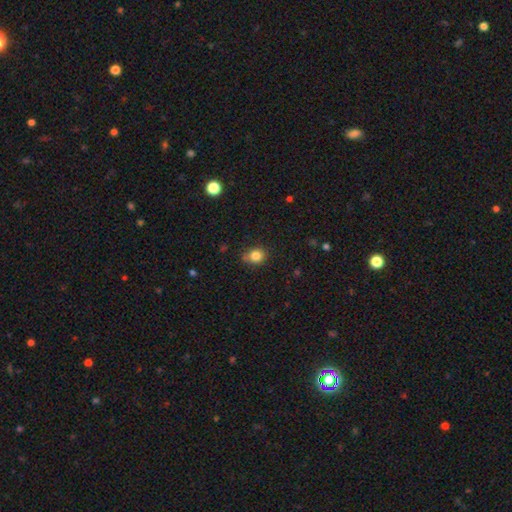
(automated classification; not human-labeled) Smooth or featured? smooth (83%)
How rounded? round (70%)
Merging? none (76%)